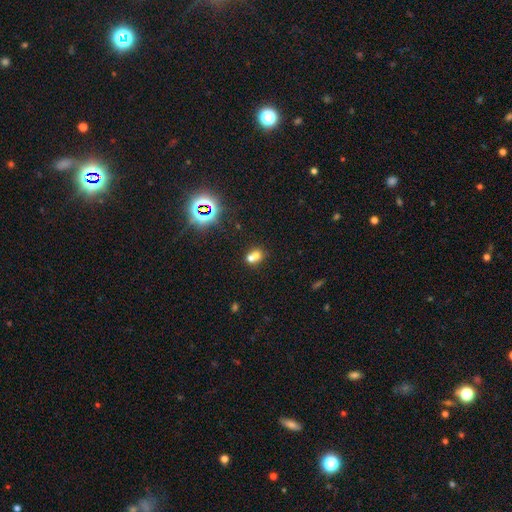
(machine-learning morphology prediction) Overall: smooth (64%). How rounded: round (63%; in between 36%). Merging: merger (60%; none 30%).